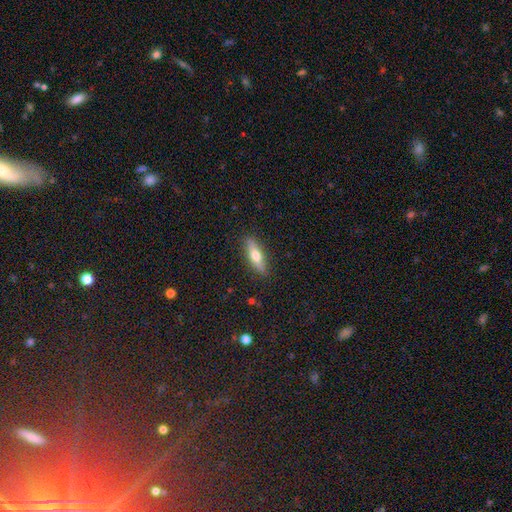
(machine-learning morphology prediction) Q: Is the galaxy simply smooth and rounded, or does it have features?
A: smooth — 57%.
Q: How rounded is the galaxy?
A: cigar-shaped — 58%.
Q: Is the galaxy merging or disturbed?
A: none — 88%.